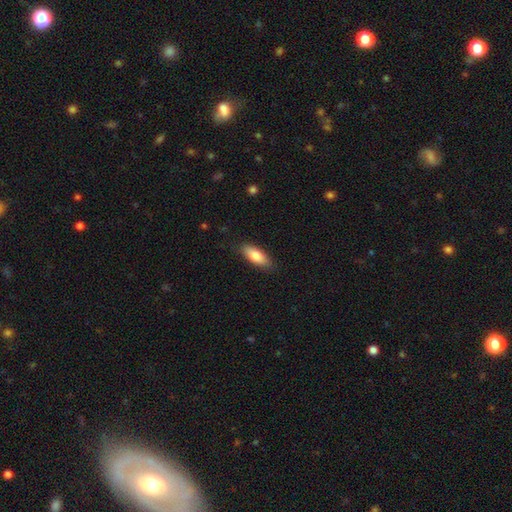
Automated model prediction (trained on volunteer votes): smooth_or_featured: smooth (p=0.80) [alt: featured or disk p=0.14]
how_rounded: in between (p=0.76) [alt: cigar-shaped p=0.22]
merging: none (p=0.86) [alt: minor disturbance p=0.11]